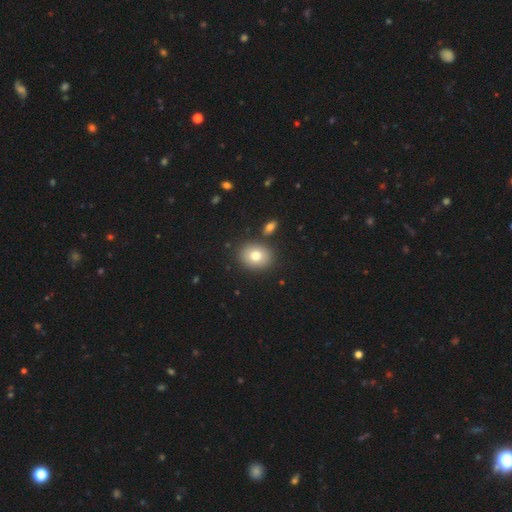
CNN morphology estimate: A smooth galaxy with no disk features (79%) that is in between round and cigar-shaped (53%). Merging: none (84%).